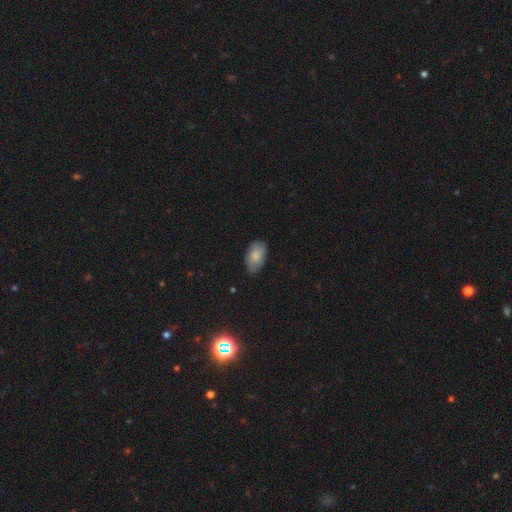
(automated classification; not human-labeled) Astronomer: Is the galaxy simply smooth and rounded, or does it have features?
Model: smooth — 79%.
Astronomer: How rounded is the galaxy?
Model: in between — 94%.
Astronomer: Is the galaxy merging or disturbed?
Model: none — 73%.